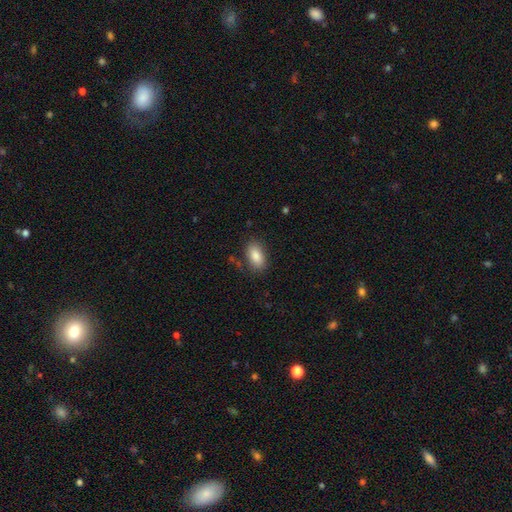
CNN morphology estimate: Smooth or featured? smooth (86%)
How rounded? in between (92%)
Merging? none (83%)